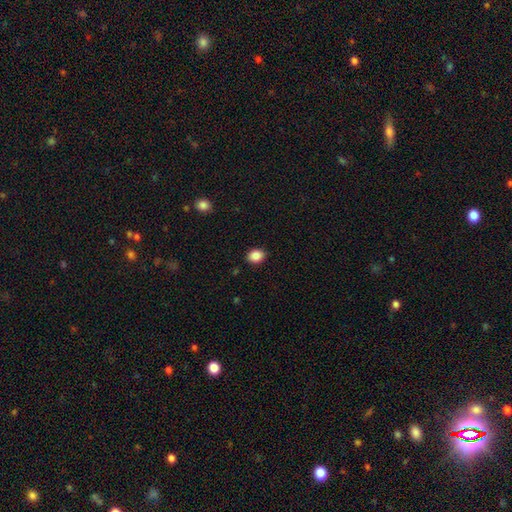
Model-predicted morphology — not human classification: type=smooth (88%); roundness=in between (54%); merging=none (89%).